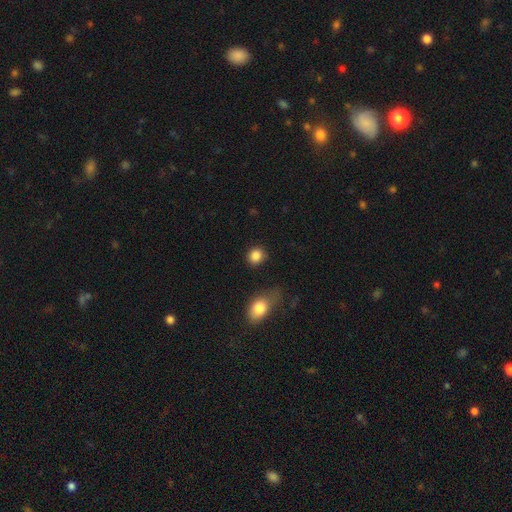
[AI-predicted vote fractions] This is clearly a smooth galaxy (87%). How rounded: clearly round (83%). Merging: clearly none (84%).